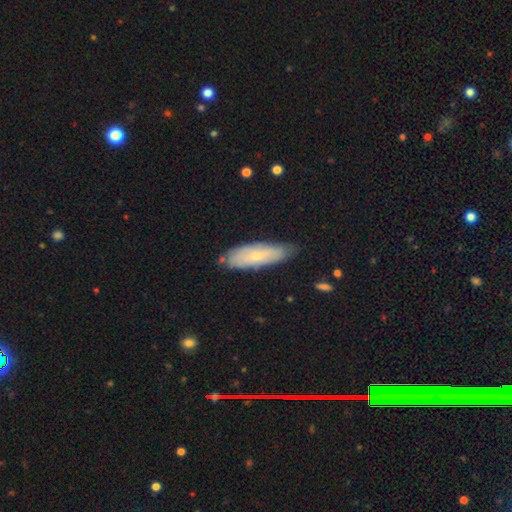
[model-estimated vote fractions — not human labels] Overall: smooth (54%; featured or disk 39%). How rounded: in between (53%; cigar-shaped 44%). Merging: none (73%).